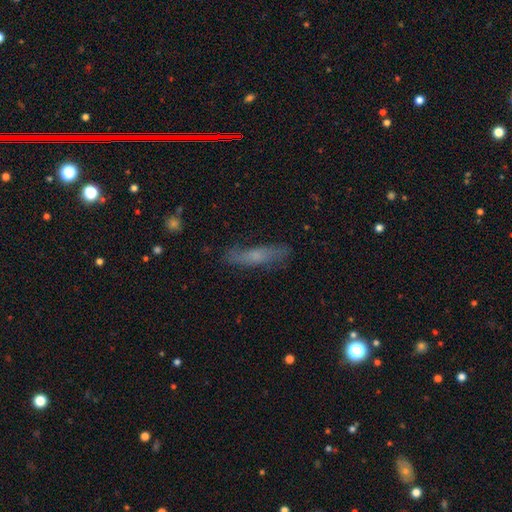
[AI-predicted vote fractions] smooth_or_featured: smooth (p=0.49) [alt: featured or disk p=0.39]
merging: none (p=0.74) [alt: minor disturbance p=0.19]